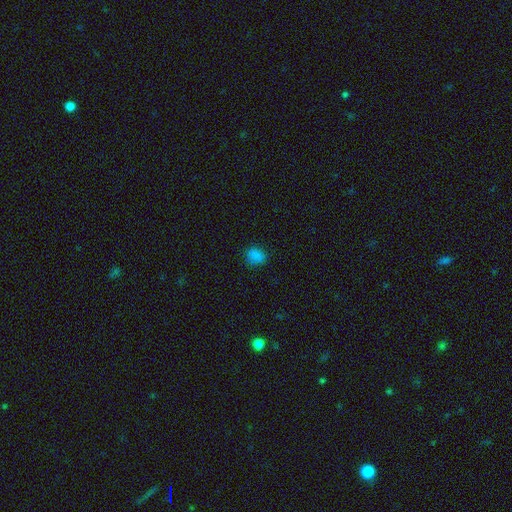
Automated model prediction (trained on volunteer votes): Smooth or featured: smooth — 81% (star or artifact — 15%)
How rounded: in between — 53% (round — 46%)
Merging: none — 80% (minor disturbance — 15%)